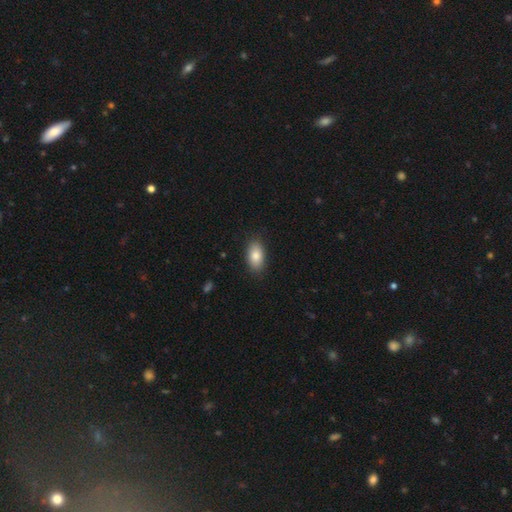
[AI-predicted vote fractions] Smooth or featured? smooth (85%)
How rounded? in between (92%)
Merging? none (87%)